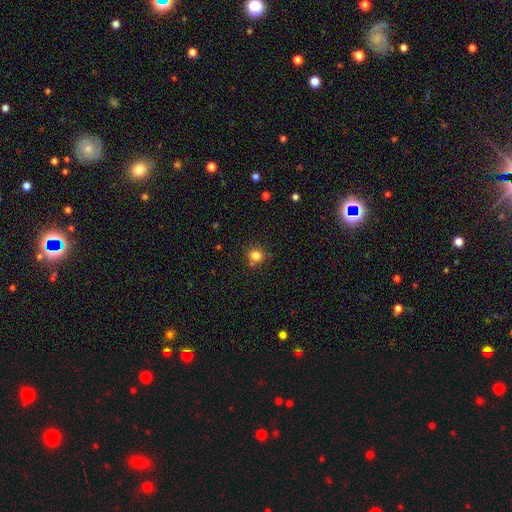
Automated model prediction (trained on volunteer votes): smooth 82%, star or artifact 13%, featured or disk 5%. Down the decision tree: how rounded — round (87%); merging — none (78%).